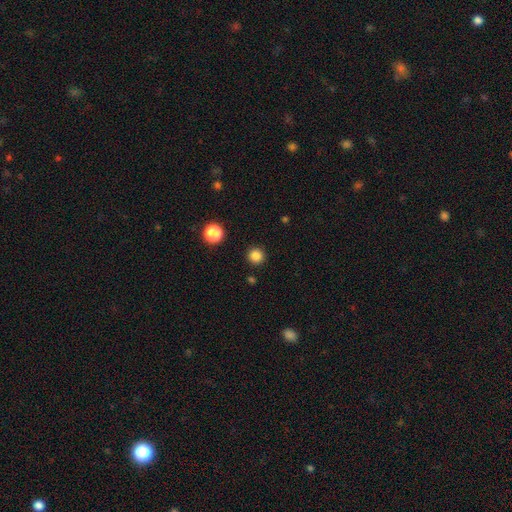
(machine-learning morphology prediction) smooth-or-featured: smooth: 84% | star or artifact: 13% | featured or disk: 4%
  how-rounded: round: 95% | in between: 4% | cigar-shaped: 1%
  merging: none: 92% | minor disturbance: 5% | major disturbance: 2% | merger: 2%